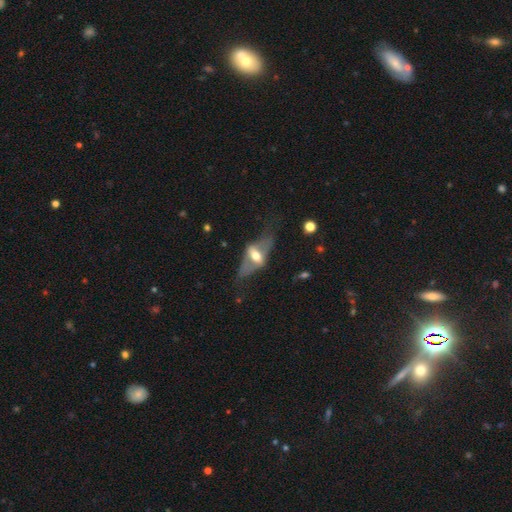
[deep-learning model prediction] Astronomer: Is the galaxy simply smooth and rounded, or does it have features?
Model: featured or disk — 68%.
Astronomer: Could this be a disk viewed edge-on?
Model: yes — 55% (runner-up: no, 45%).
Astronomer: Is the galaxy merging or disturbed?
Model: none — 49% (runner-up: major disturbance, 27%).